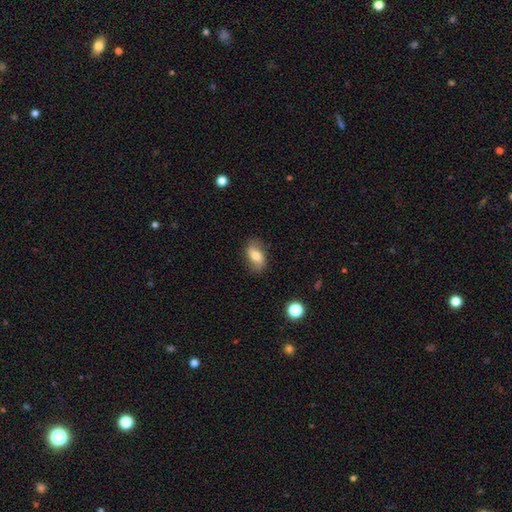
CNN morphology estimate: Overall: smooth (65%; featured or disk 27%). How rounded: in between (87%). Merging: none (79%).